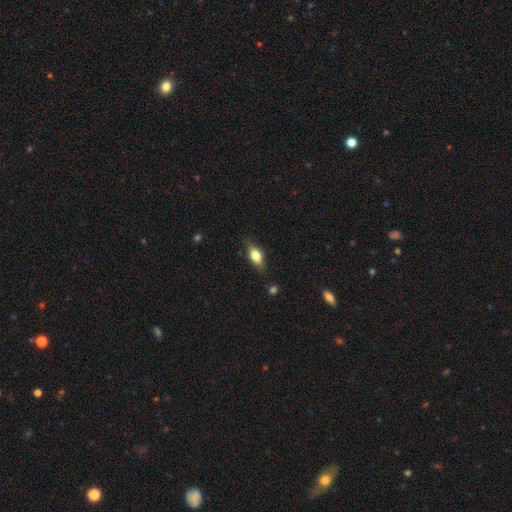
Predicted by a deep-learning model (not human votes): This appears to be a smooth galaxy with no disk features (69%) that is in between round and cigar-shaped (78%). Merging: none (77%).